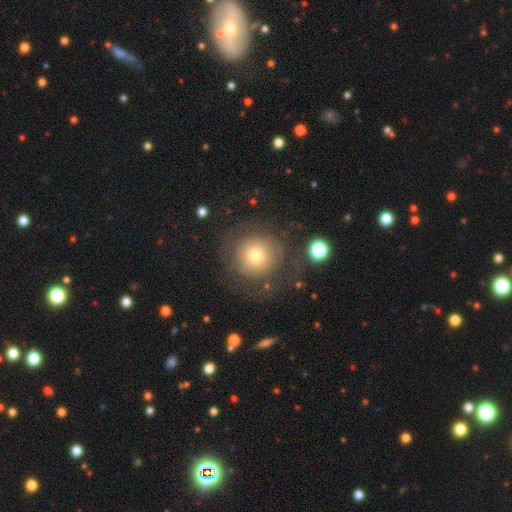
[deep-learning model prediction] This appears to be a smooth galaxy with no disk features (61%) that is round (94%). Merging: none (70%).